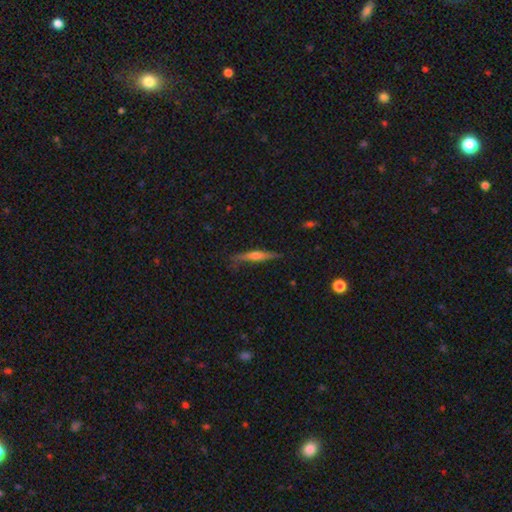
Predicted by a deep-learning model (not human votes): Smooth or featured?
  - featured or disk: 61% *
  - smooth: 32%
  - star or artifact: 7%
Edge-on disk?
  - yes: 96% *
  - no: 4%
Edge-on bulge?
  - rounded: 74% *
  - boxy: 13%
  - none: 13%
Merging?
  - none: 82% *
  - minor disturbance: 14%
  - major disturbance: 3%
  - merger: 2%